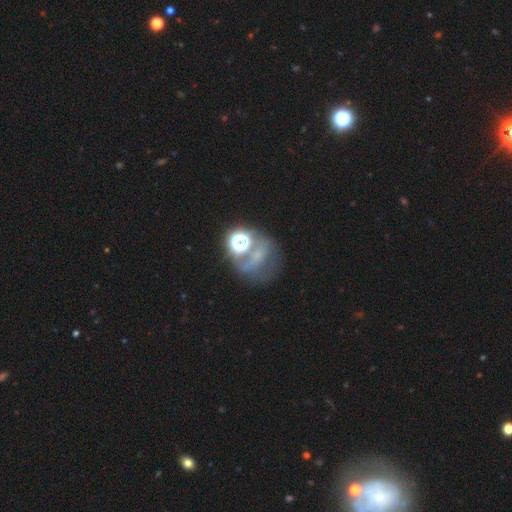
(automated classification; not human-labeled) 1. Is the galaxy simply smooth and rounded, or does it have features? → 41% star or artifact, 31% smooth, 28% featured or disk.